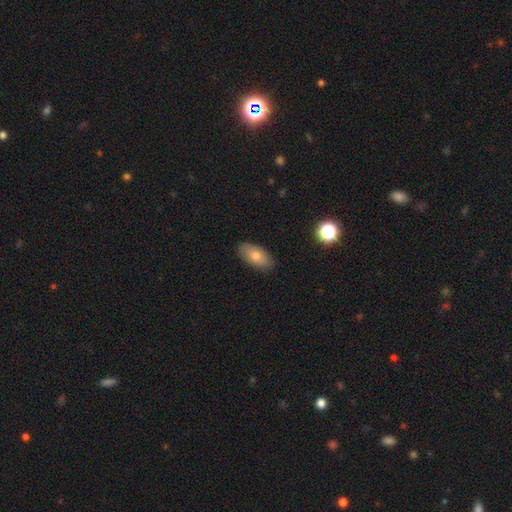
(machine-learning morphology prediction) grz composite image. It shows a smooth galaxy with no disk features (77%) that is in between round and cigar-shaped (91%). Merging: none (88%).